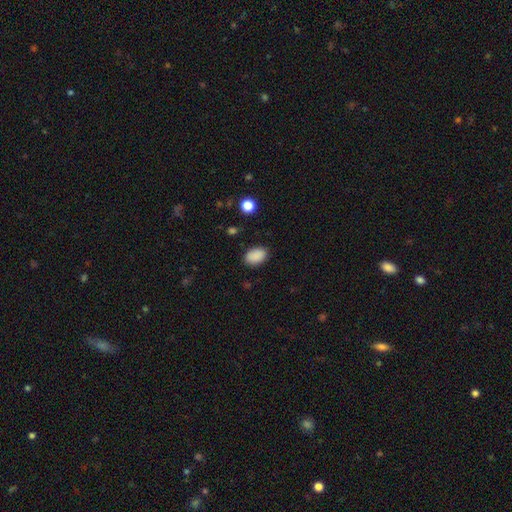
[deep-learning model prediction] This appears to be a smooth galaxy with no disk features (89%) that is in between round and cigar-shaped (88%). Merging: none (86%).